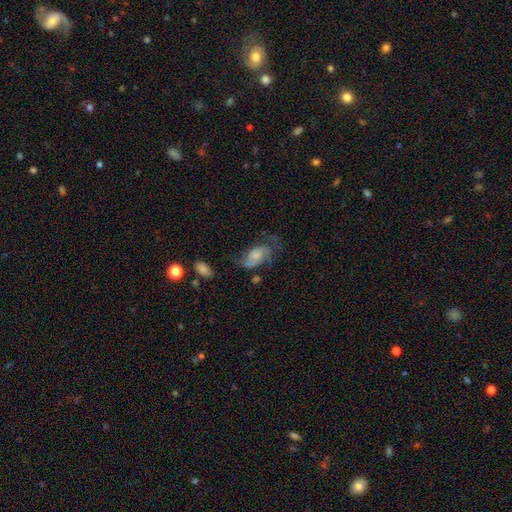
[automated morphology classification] A featured or disk galaxy (49%). Merging: none (39%).